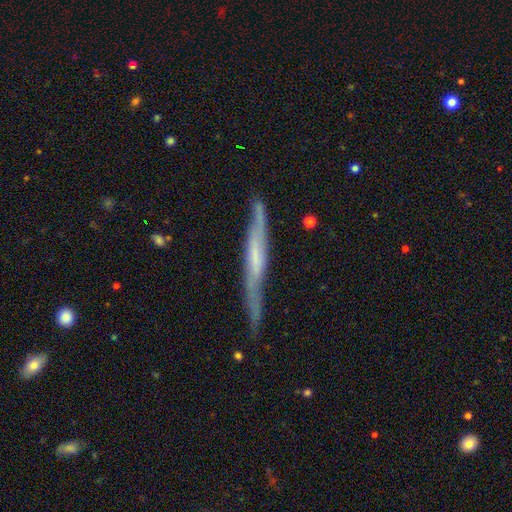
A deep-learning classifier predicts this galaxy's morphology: The model was most divided on "edge-on bulge": none: 60%, boxy: 22%, rounded: 18%. More confident: edge-on disk — yes (90%); merging — none (69%); smooth or featured — featured or disk (67%).